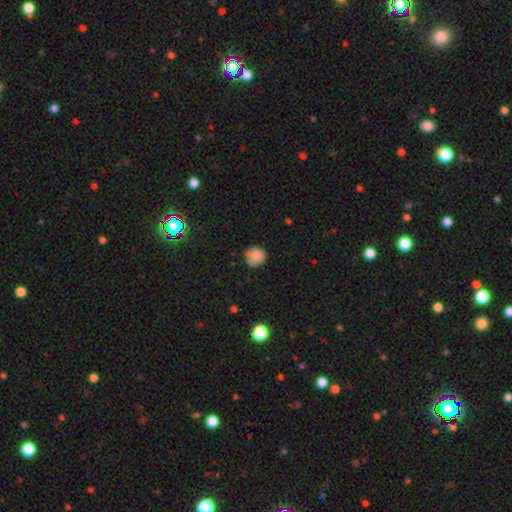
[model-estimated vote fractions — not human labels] The model was most divided on "merging": none: 75%, minor disturbance: 20%, major disturbance: 3%, merger: 1%. More confident: how rounded — round (89%); smooth or featured — smooth (83%).